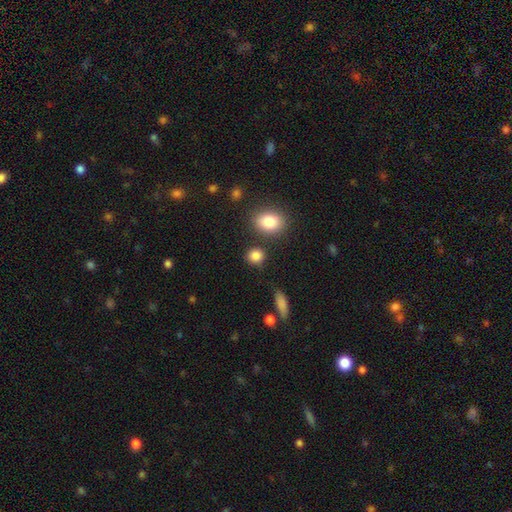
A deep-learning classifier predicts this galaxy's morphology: Q: Smooth or featured?
A: smooth (85%); runner-up: star or artifact (10%)
Q: How rounded?
A: round (75%); runner-up: in between (24%)
Q: Merging?
A: none (81%); runner-up: minor disturbance (10%)